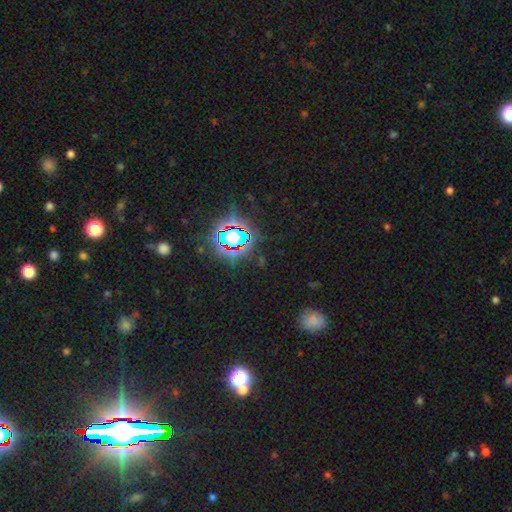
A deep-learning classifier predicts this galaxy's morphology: Overall: star or artifact (78%).